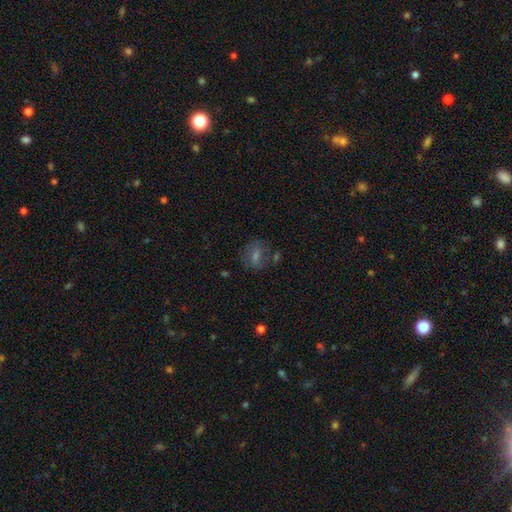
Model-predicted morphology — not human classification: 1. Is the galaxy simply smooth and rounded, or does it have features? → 43% smooth, 33% featured or disk, 25% star or artifact.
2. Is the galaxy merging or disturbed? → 73% none, 15% minor disturbance, 7% major disturbance, 4% merger.